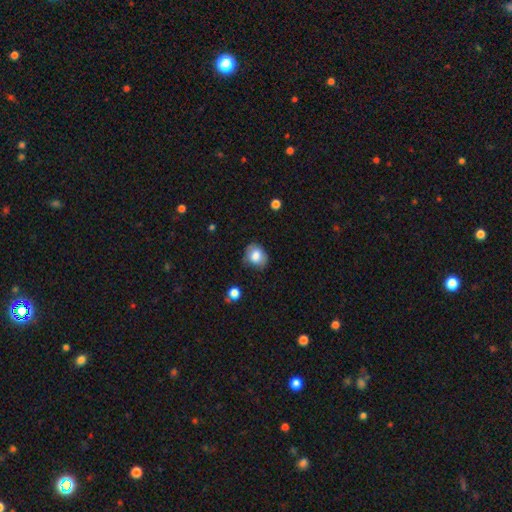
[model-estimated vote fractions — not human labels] Q: Smooth or featured?
A: smooth (78%); runner-up: featured or disk (14%)
Q: How rounded?
A: round (55%); runner-up: in between (44%)
Q: Merging?
A: none (62%); runner-up: minor disturbance (28%)